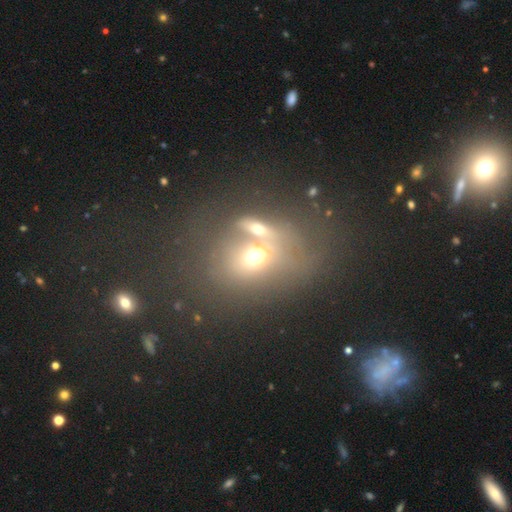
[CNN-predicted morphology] smooth-or-featured: smooth: 54% | featured or disk: 31% | star or artifact: 15%
  how-rounded: in between: 56% | round: 42% | cigar-shaped: 3%
  merging: merger: 49% | none: 27% | major disturbance: 12% | minor disturbance: 11%